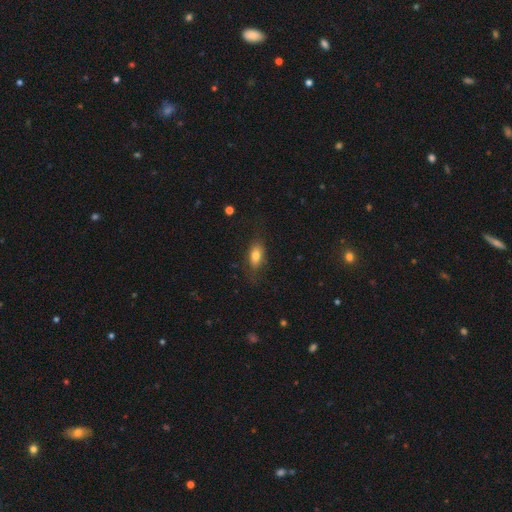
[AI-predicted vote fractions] Smooth or featured? Predicted: smooth (p=0.76). How rounded? Predicted: in between (p=0.82). Merging? Predicted: none (p=0.73).